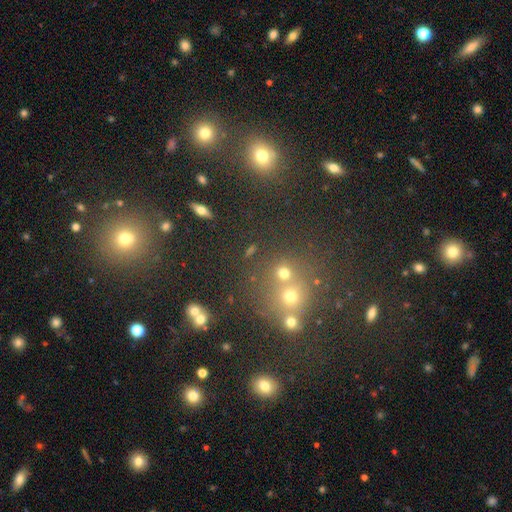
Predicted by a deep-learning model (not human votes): Smooth or featured: star or artifact — 48% (smooth — 42%)